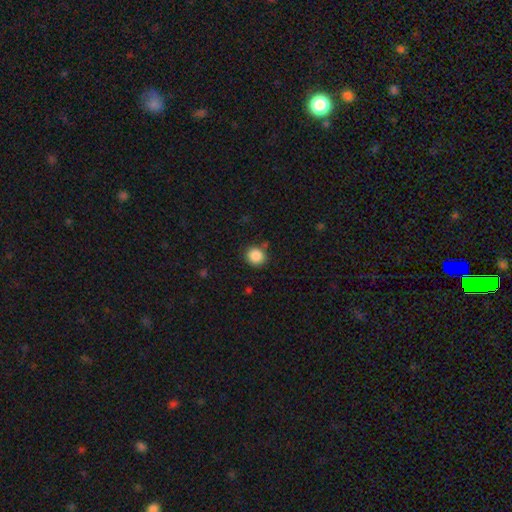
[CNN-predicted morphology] Smooth or featured: smooth — 87% (star or artifact — 10%)
How rounded: round — 86% (in between — 13%)
Merging: none — 83% (minor disturbance — 10%)